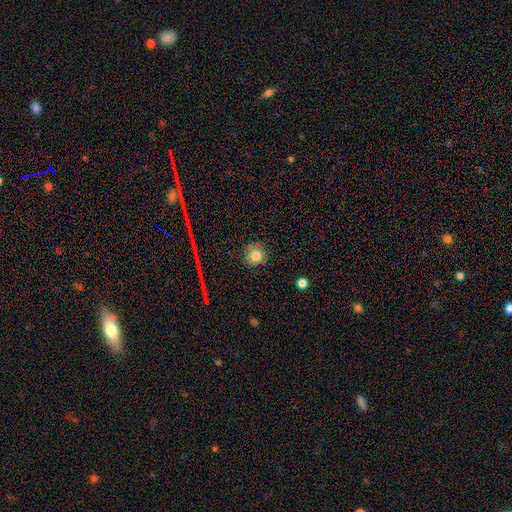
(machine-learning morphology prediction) Q: Smooth or featured?
A: smooth (79%); runner-up: star or artifact (12%)
Q: How rounded?
A: round (92%); runner-up: in between (7%)
Q: Merging?
A: none (86%); runner-up: minor disturbance (10%)